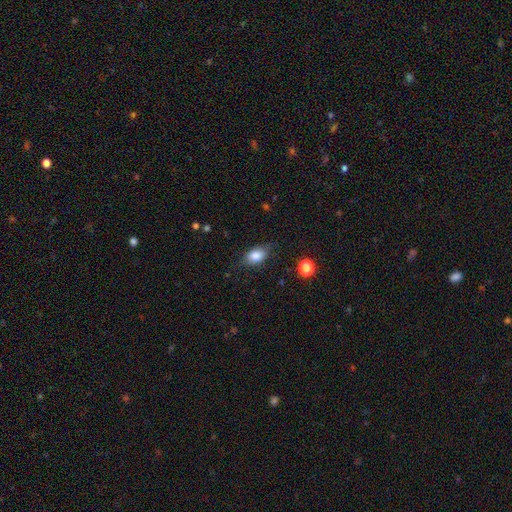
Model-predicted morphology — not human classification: Smooth or featured? smooth (80%)
How rounded? in between (81%)
Merging? none (74%)